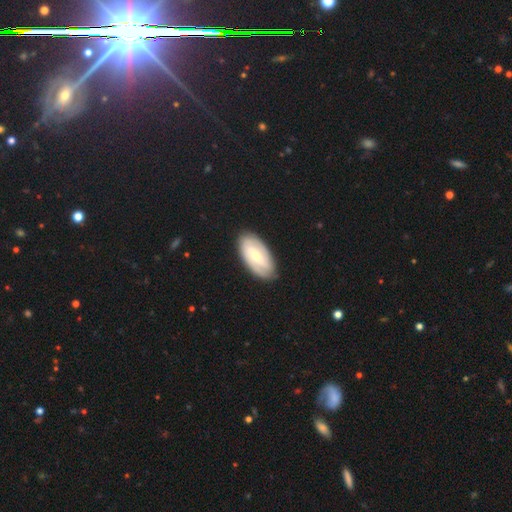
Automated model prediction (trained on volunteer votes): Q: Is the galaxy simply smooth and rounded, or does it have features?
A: featured or disk — 65%.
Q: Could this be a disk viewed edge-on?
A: no — 93%.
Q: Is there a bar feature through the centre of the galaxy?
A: weak — 45%.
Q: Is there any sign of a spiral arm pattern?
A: yes — 80%.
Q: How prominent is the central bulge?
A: small — 49%.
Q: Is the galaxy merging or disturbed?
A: none — 85%.